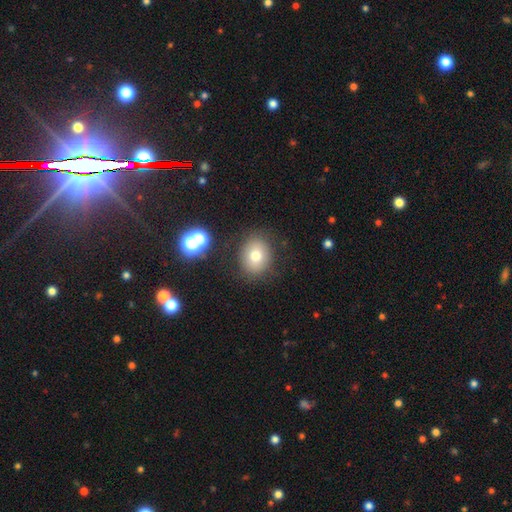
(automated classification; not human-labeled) Q: Smooth or featured?
A: smooth (74%); runner-up: star or artifact (13%)
Q: How rounded?
A: round (60%); runner-up: in between (39%)
Q: Merging?
A: none (82%); runner-up: minor disturbance (11%)